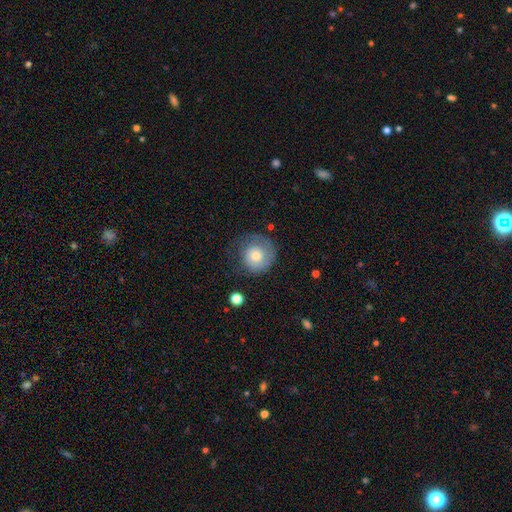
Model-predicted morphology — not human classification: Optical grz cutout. It shows a smooth galaxy with no disk features (63%) that is round (91%). Merging: none (60%).